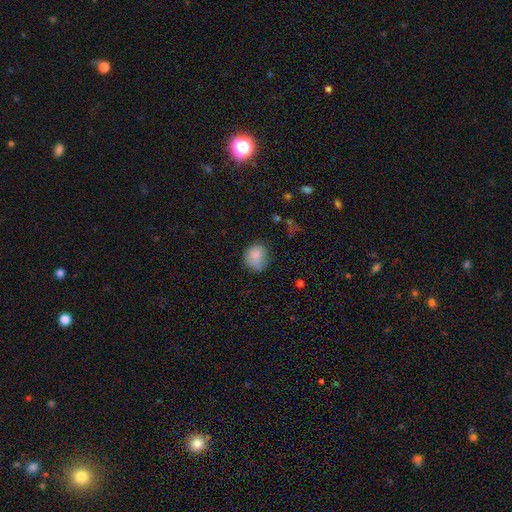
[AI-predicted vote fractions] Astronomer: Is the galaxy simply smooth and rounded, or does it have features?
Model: smooth — 80%.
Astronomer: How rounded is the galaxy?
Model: round — 66%.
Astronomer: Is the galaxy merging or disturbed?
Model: none — 61%.